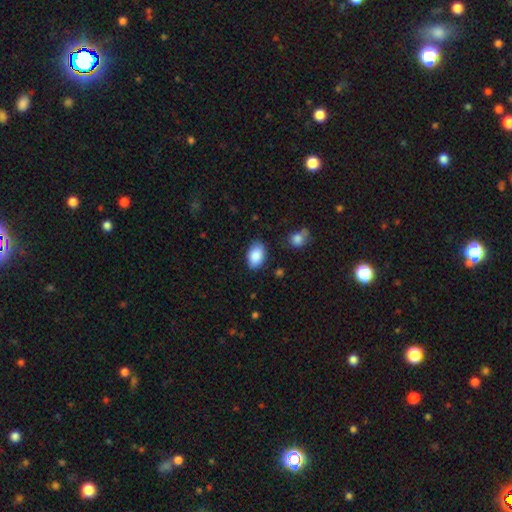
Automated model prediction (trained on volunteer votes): smooth-or-featured: smooth: 88% | star or artifact: 7% | featured or disk: 6%
  how-rounded: in between: 91% | round: 8% | cigar-shaped: 1%
  merging: none: 82% | minor disturbance: 13% | major disturbance: 3% | merger: 2%